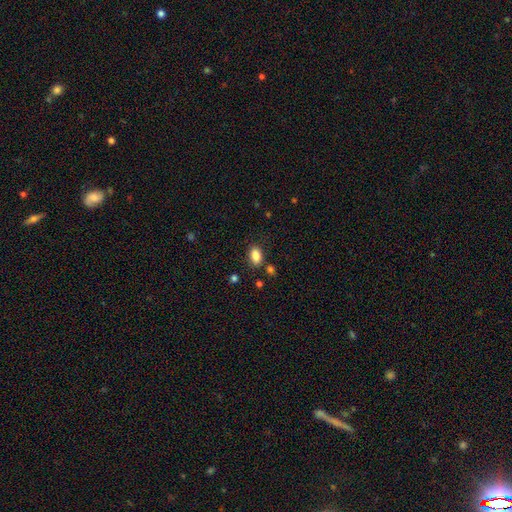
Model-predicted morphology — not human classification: A smooth galaxy with no disk features (86%) that is in between round and cigar-shaped (89%). Merging: none (80%).